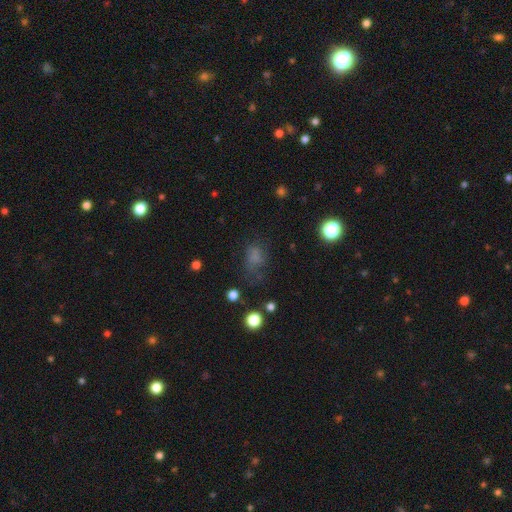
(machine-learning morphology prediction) A smooth galaxy with no disk features (52%) that is in between round and cigar-shaped (61%).

Vote fractions:
- Smooth or featured? smooth: 52% / star or artifact: 33% / featured or disk: 15%
- How rounded? in between: 61% / round: 36% / cigar-shaped: 3%
- Merging? none: 56% / minor disturbance: 23% / major disturbance: 18% / merger: 3%